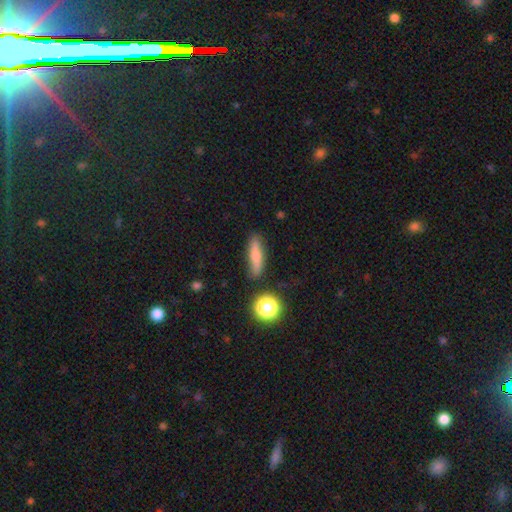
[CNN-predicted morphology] Smooth or featured? smooth (61%)
How rounded? cigar-shaped (72%)
Merging? none (84%)